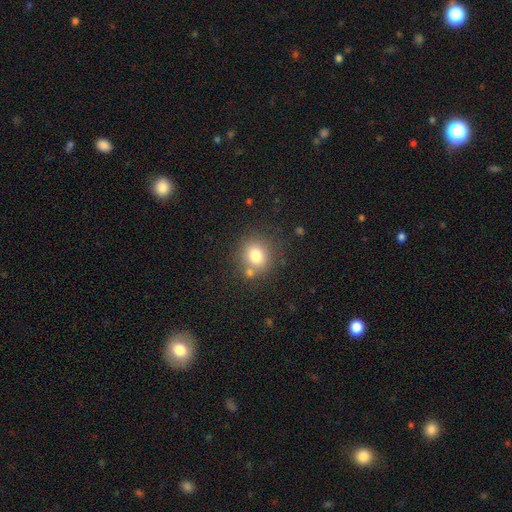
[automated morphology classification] smooth-or-featured: smooth: 78% | star or artifact: 12% | featured or disk: 10%
  how-rounded: round: 78% | in between: 21% | cigar-shaped: 1%
  merging: none: 72% | merger: 12% | minor disturbance: 11% | major disturbance: 4%